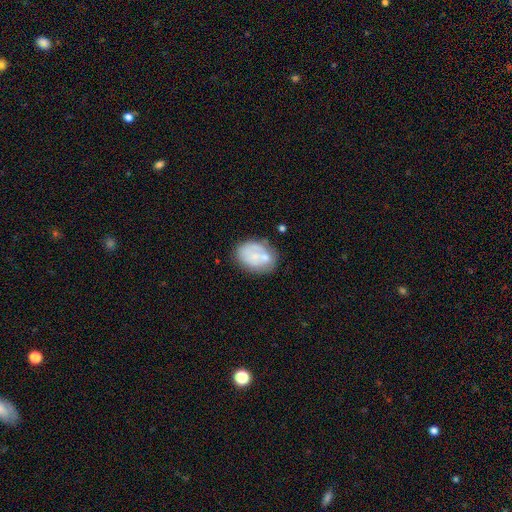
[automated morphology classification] Q: Smooth or featured?
A: smooth (55%); runner-up: featured or disk (37%)
Q: How rounded?
A: in between (71%); runner-up: round (28%)
Q: Merging?
A: none (49%); runner-up: minor disturbance (23%)